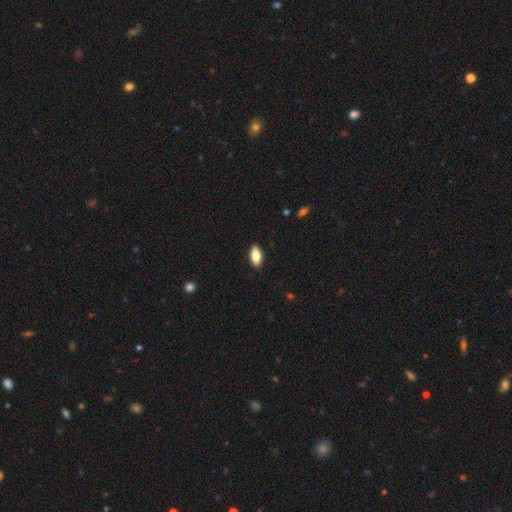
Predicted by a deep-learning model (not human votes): This appears to be a smooth galaxy with no disk features (81%) that is in between round and cigar-shaped (88%). Merging: none (89%).